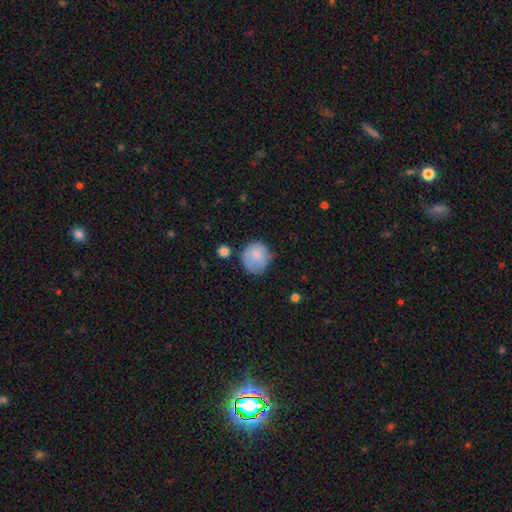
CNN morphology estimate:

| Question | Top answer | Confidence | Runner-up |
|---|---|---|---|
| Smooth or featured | smooth | 80% | featured or disk (13%) |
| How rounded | round | 82% | in between (17%) |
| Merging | none | 55% | minor disturbance (31%) |